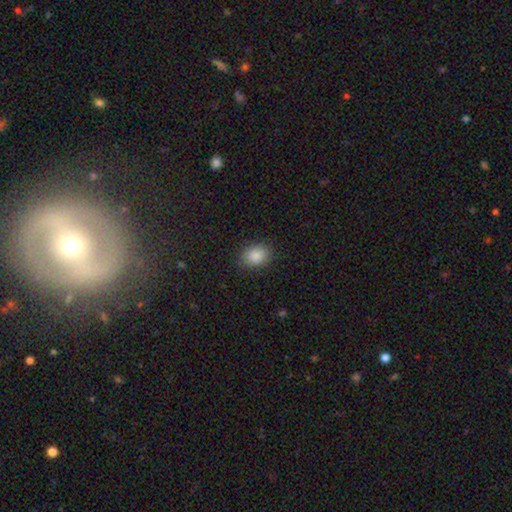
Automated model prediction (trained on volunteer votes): Smooth or featured? Predicted: smooth (p=0.87). How rounded? Predicted: in between (p=0.63). Merging? Predicted: none (p=0.87).